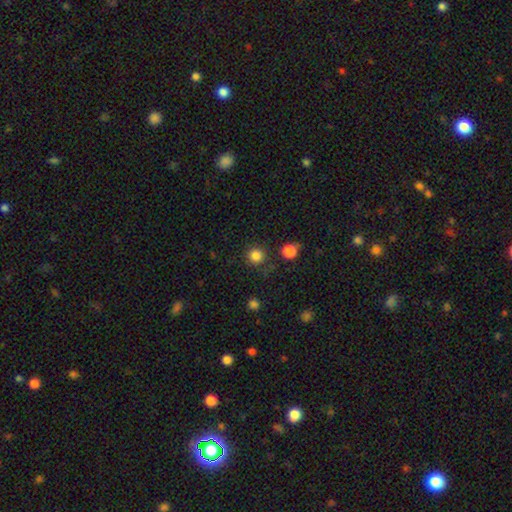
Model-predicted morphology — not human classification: This appears to be a smooth galaxy with no disk features (83%) that is round (95%). Merging: none (87%).